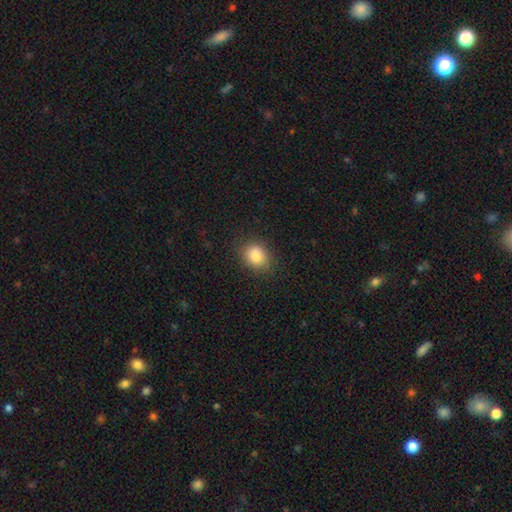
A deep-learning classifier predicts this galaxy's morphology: Smooth or featured? Predicted: smooth (p=0.84). How rounded? Predicted: round (p=0.56). Merging? Predicted: none (p=0.80).